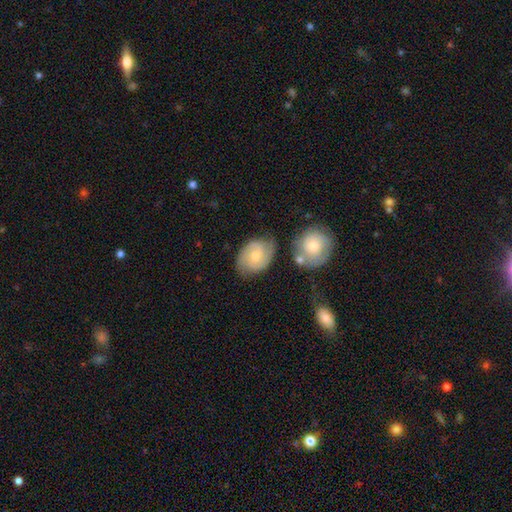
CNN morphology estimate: Smooth or featured?
  - featured or disk: 62% *
  - smooth: 32%
  - star or artifact: 7%
Edge-on disk?
  - no: 97% *
  - yes: 3%
Bar?
  - no: 67% *
  - weak: 28%
  - strong: 4%
Spiral arms?
  - yes: 89% *
  - no: 11%
Spiral winding?
  - medium: 44% *
  - tight: 41%
  - loose: 15%
Spiral arm count?
  - 2: 68% *
  - can't tell: 14%
  - 3: 10%
  - 4: 3%
  - 1: 3%
  - more than 4: 2%
Bulge size?
  - moderate: 50% *
  - small: 45%
  - large: 2%
  - none: 1%
  - dominant: 1%
Merging?
  - none: 67% *
  - minor disturbance: 20%
  - merger: 7%
  - major disturbance: 6%